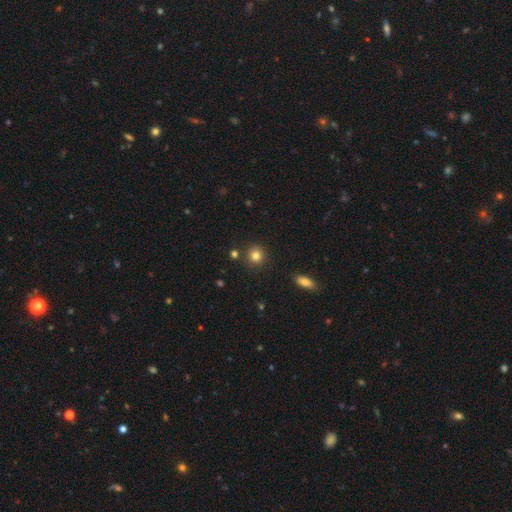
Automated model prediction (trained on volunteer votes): smooth-or-featured: smooth: 82% | star or artifact: 11% | featured or disk: 7%
  how-rounded: round: 89% | in between: 10% | cigar-shaped: 1%
  merging: none: 86% | minor disturbance: 7% | merger: 4% | major disturbance: 2%